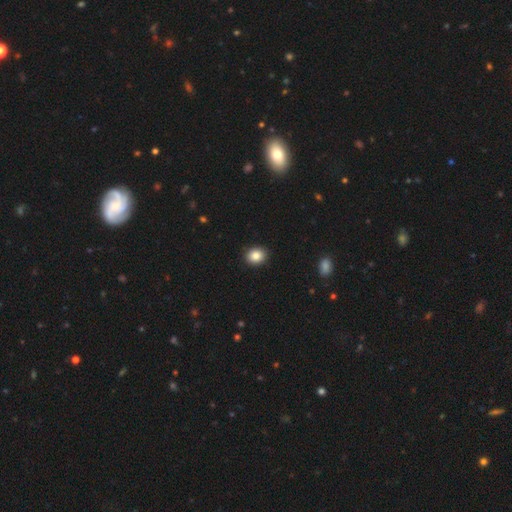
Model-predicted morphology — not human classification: Smooth or featured?
  - smooth: 86% *
  - star or artifact: 9%
  - featured or disk: 5%
How rounded?
  - round: 58% *
  - in between: 41%
  - cigar-shaped: 1%
Merging?
  - none: 91% *
  - minor disturbance: 7%
  - major disturbance: 2%
  - merger: 1%